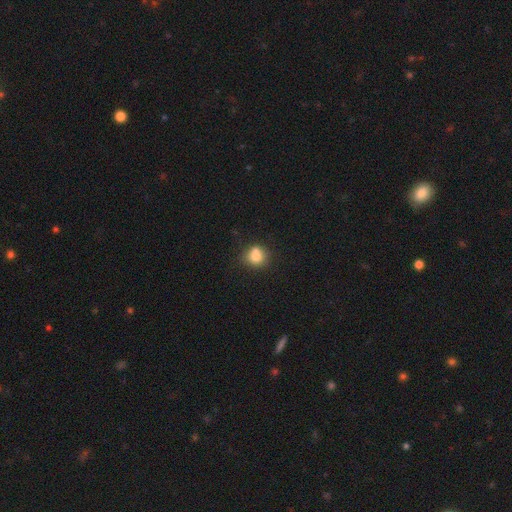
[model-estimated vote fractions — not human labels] Smooth or featured: smooth — 76% (featured or disk — 13%)
How rounded: round — 79% (in between — 20%)
Merging: none — 58% (merger — 21%)